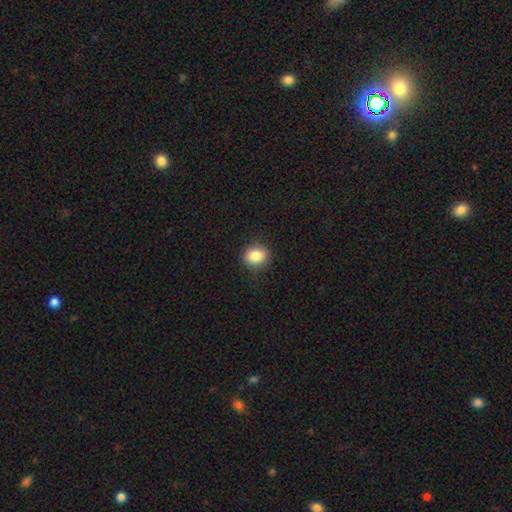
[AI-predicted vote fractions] Smooth or featured? smooth (85%)
How rounded? round (62%)
Merging? none (88%)